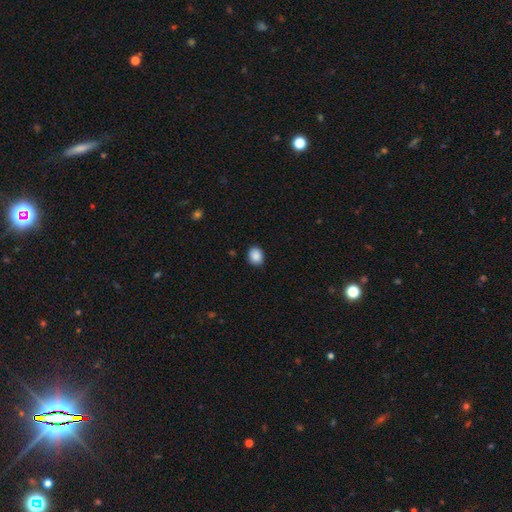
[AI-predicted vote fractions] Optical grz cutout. It shows a smooth galaxy with no disk features (89%) that is round (64%). Merging: none (87%).